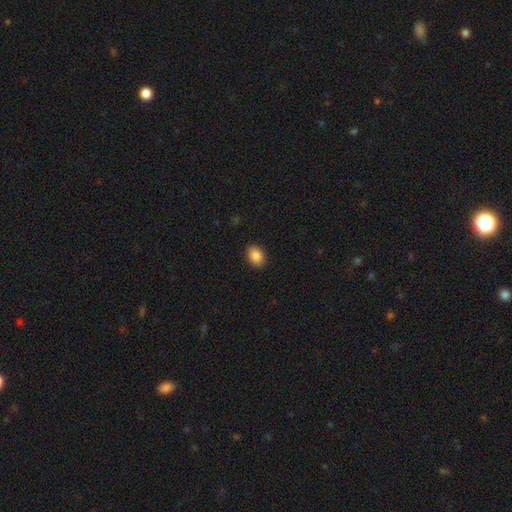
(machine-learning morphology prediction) Smooth or featured: smooth — 88% (star or artifact — 8%)
How rounded: in between — 74% (round — 25%)
Merging: none — 90% (minor disturbance — 7%)